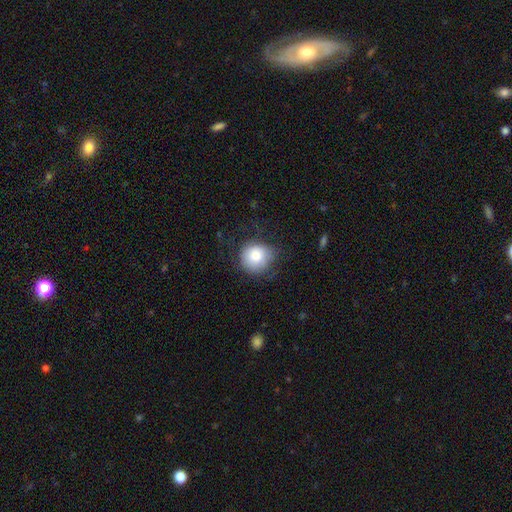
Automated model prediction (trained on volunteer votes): Morphology: type=smooth (82%); roundness=round (88%); merging=none (64%).